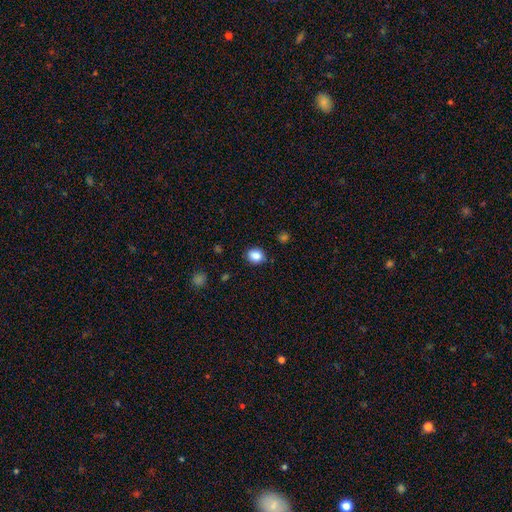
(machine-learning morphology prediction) smooth 86%, star or artifact 10%, featured or disk 4%. Down the decision tree: how rounded — round (62%); merging — none (87%).